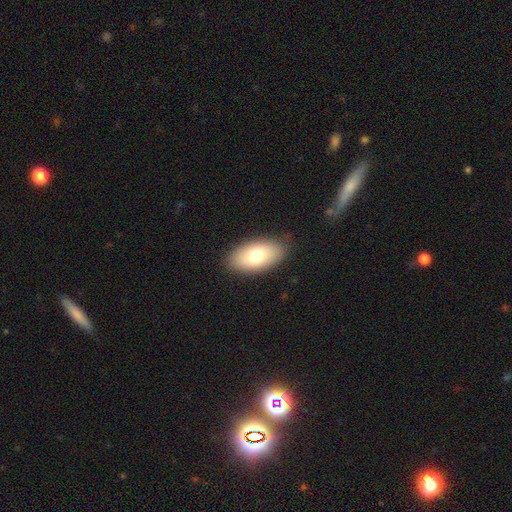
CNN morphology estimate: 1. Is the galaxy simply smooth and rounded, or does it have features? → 74% smooth, 19% featured or disk, 7% star or artifact.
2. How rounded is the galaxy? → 93% in between, 4% round, 3% cigar-shaped.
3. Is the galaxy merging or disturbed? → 85% none, 11% minor disturbance, 3% major disturbance, 1% merger.